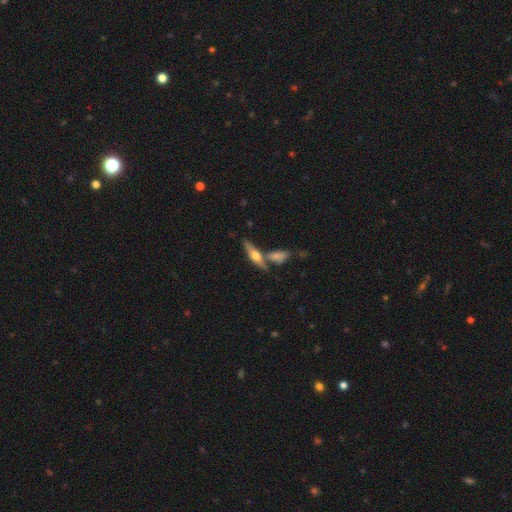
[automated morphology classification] smooth_or_featured: featured or disk (p=0.56) [alt: smooth p=0.38]
disk_edge_on: yes (p=0.90) [alt: no p=0.10]
edge_on_bulge: rounded (p=0.91) [alt: boxy p=0.06]
merging: none (p=0.61) [alt: merger p=0.24]